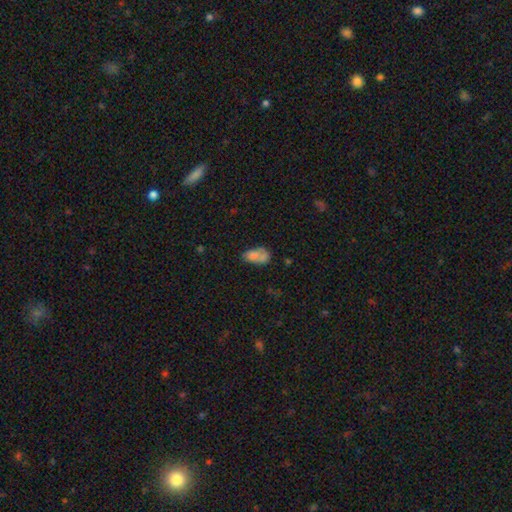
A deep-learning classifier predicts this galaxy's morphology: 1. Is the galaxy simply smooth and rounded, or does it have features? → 71% smooth, 18% featured or disk, 11% star or artifact.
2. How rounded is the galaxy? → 86% in between, 12% round, 2% cigar-shaped.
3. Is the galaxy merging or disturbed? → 41% merger, 31% none, 19% minor disturbance, 10% major disturbance.